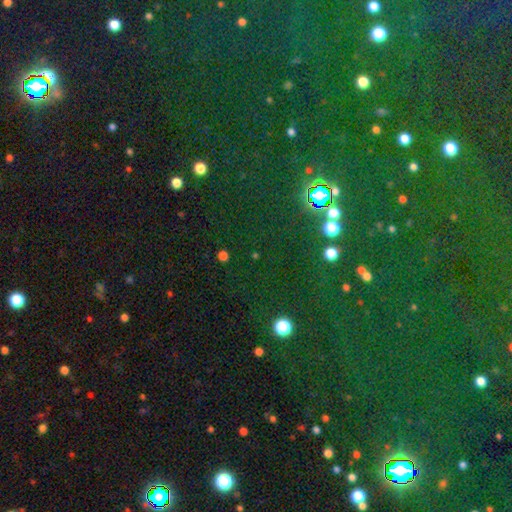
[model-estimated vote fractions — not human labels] A star or artifact, not a galaxy (68%).